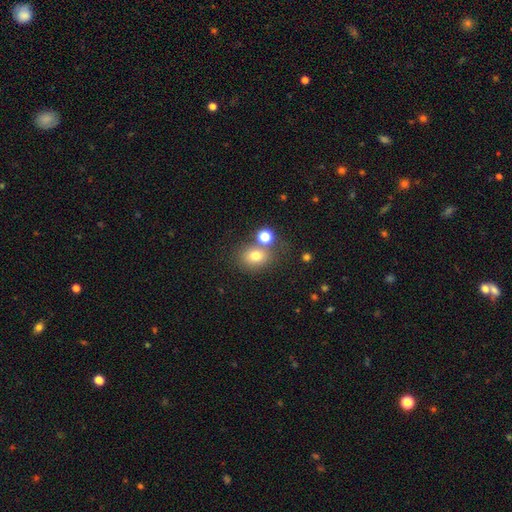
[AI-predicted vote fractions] Smooth or featured: smooth — 75% (star or artifact — 15%)
How rounded: round — 65% (in between — 34%)
Merging: none — 63% (merger — 20%)